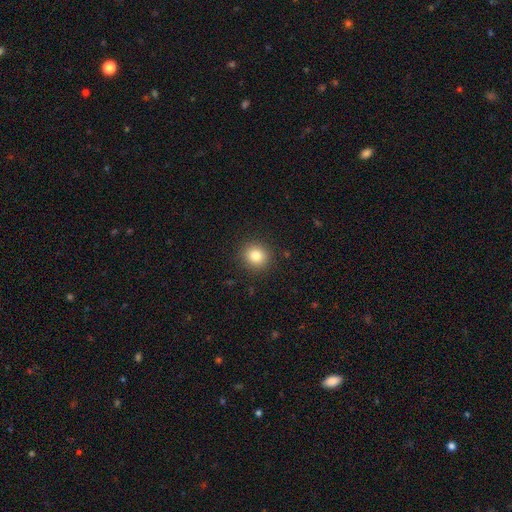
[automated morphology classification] smooth_or_featured: smooth (p=0.82) [alt: star or artifact p=0.11]
how_rounded: round (p=0.88) [alt: in between p=0.11]
merging: none (p=0.91) [alt: minor disturbance p=0.06]